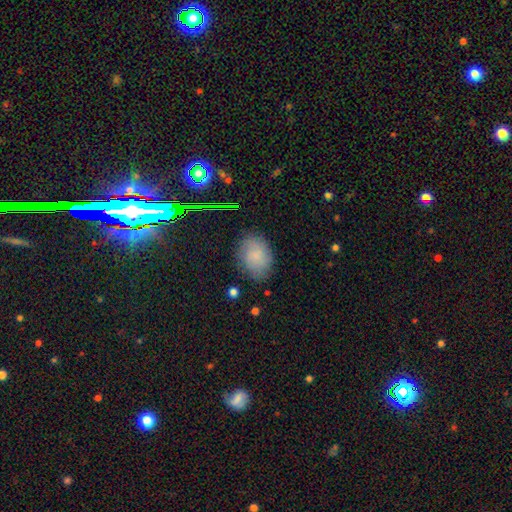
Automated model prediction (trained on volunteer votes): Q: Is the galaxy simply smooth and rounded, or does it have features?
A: smooth — 72%.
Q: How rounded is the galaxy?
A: in between — 72%.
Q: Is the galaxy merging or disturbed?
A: none — 79%.